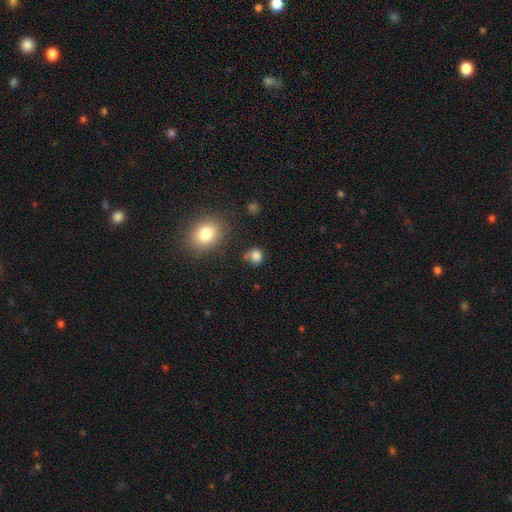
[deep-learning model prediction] smooth 82%, star or artifact 13%, featured or disk 5%. Down the decision tree: how rounded — round (77%); merging — none (69%).